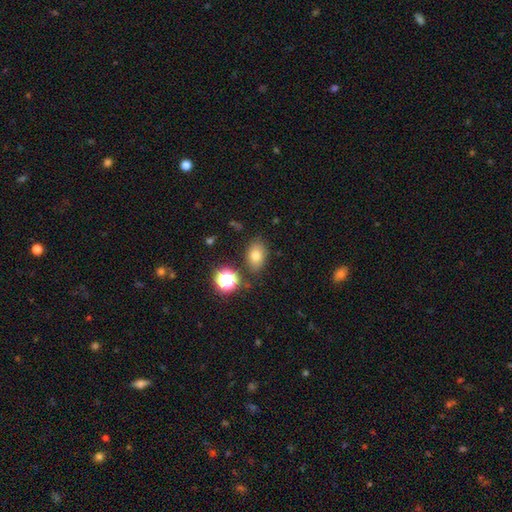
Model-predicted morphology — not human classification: Smooth or featured?
  - smooth: 74% *
  - star or artifact: 14%
  - featured or disk: 12%
How rounded?
  - in between: 77% *
  - round: 22%
  - cigar-shaped: 1%
Merging?
  - none: 80% *
  - minor disturbance: 12%
  - merger: 4%
  - major disturbance: 4%